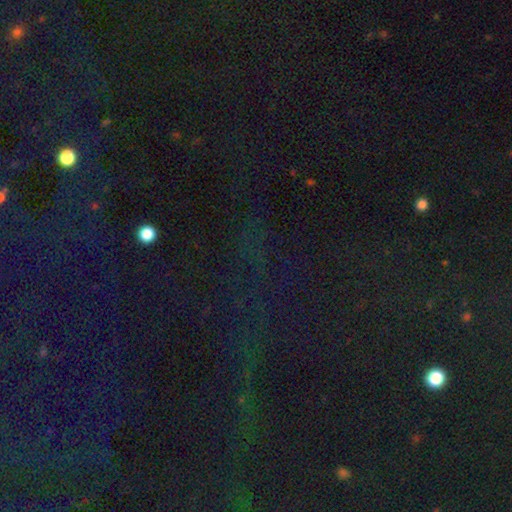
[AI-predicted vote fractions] smooth-or-featured: star or artifact: 79% | smooth: 12% | featured or disk: 8%